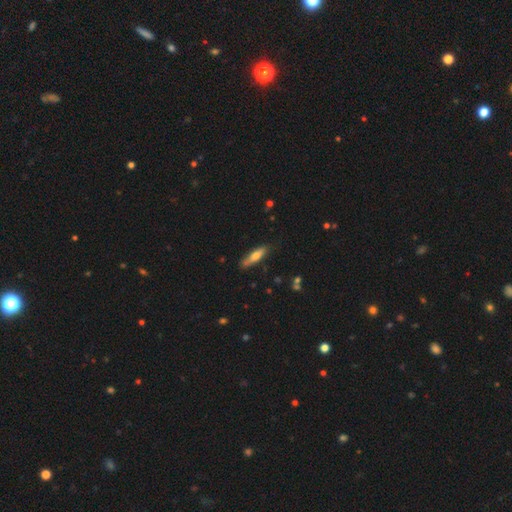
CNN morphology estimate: smooth-or-featured: smooth: 58% | featured or disk: 36% | star or artifact: 6%
  how-rounded: cigar-shaped: 72% | in between: 26% | round: 2%
  merging: none: 78% | minor disturbance: 17% | major disturbance: 3% | merger: 2%